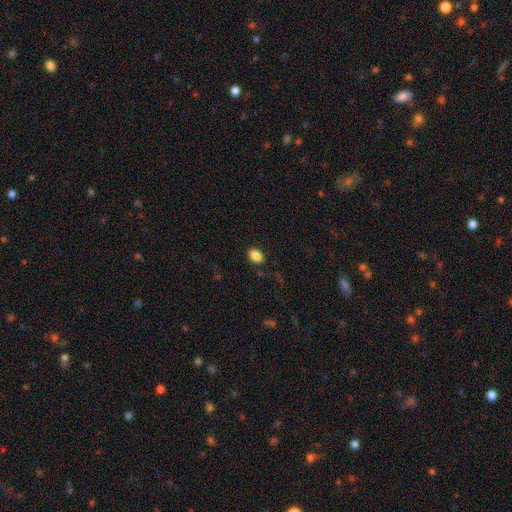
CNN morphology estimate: smooth-or-featured: smooth: 86% | star or artifact: 9% | featured or disk: 5%
  how-rounded: in between: 80% | round: 19% | cigar-shaped: 1%
  merging: none: 87% | minor disturbance: 10% | major disturbance: 3% | merger: 1%